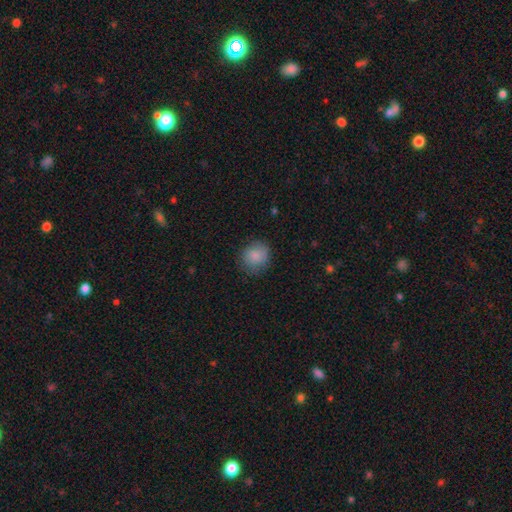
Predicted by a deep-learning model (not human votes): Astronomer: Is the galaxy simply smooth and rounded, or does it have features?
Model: smooth — 86%.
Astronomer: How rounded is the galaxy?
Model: round — 83%.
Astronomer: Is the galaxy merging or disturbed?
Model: none — 79%.